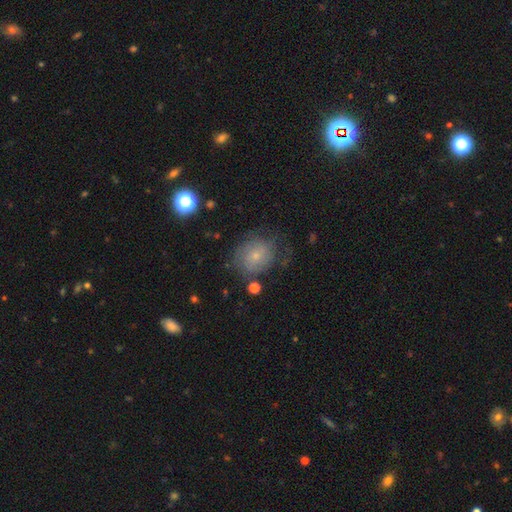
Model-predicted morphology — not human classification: A smooth galaxy with no disk features (52%) that is round (68%). Merging: none (58%).